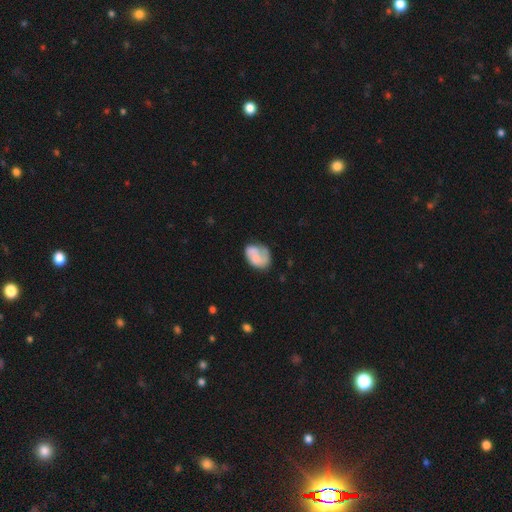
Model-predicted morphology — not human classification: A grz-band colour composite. It shows a smooth galaxy with no disk features (58%) that is in between round and cigar-shaped (77%). Merging: none (44%).